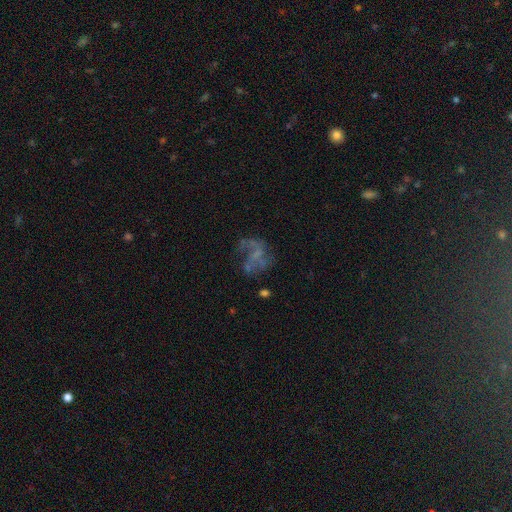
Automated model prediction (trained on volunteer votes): The model was most divided on "merging": none: 43%, major disturbance: 35%, minor disturbance: 16%, merger: 7%. More confident: edge-on disk — no (98%); bulge size — none (72%); bar — no (65%); smooth or featured — featured or disk (63%); spiral arms — yes (56%).